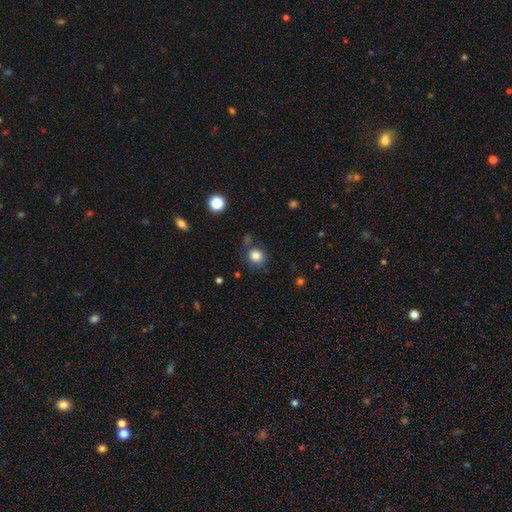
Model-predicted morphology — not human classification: Smooth or featured: smooth — 83% (star or artifact — 11%)
How rounded: round — 81% (in between — 18%)
Merging: none — 73% (minor disturbance — 15%)